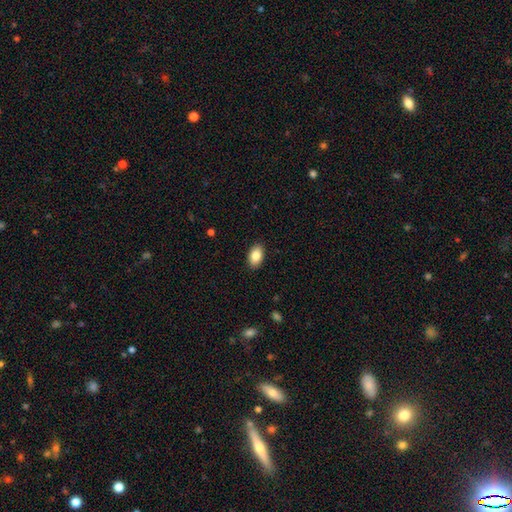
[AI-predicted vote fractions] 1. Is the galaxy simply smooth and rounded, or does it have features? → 85% smooth, 7% featured or disk, 7% star or artifact.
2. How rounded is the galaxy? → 92% in between, 7% round, 1% cigar-shaped.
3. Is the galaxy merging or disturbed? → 89% none, 8% minor disturbance, 2% major disturbance, 1% merger.